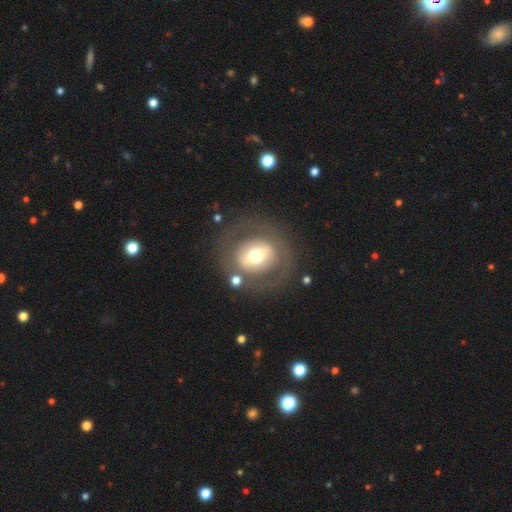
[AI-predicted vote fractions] A smooth galaxy with no disk features (46%).

Vote fractions:
- Smooth or featured? smooth: 46% / featured or disk: 45% / star or artifact: 8%
- Merging? none: 77% / minor disturbance: 10% / major disturbance: 8% / merger: 4%